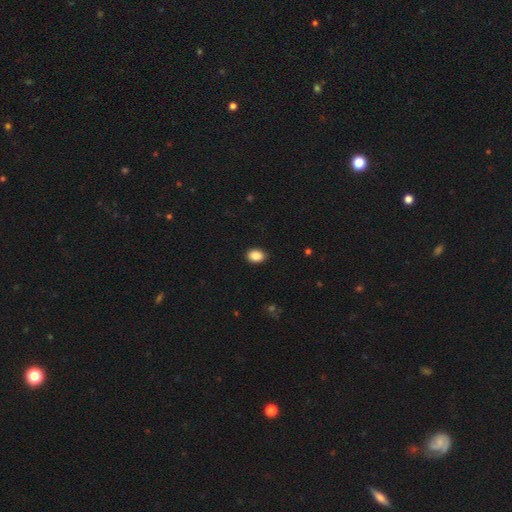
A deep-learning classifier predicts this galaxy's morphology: A smooth galaxy with no disk features (88%) that is in between round and cigar-shaped (71%).

Vote fractions:
- Smooth or featured? smooth: 88% / star or artifact: 9% / featured or disk: 4%
- How rounded? in between: 71% / round: 27% / cigar-shaped: 1%
- Merging? none: 90% / minor disturbance: 7% / major disturbance: 2% / merger: 1%